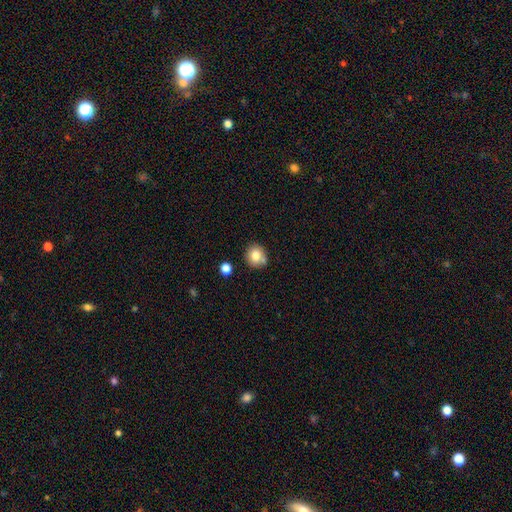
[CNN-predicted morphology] A smooth galaxy with no disk features (79%) that is round (82%).

Vote fractions:
- Smooth or featured? smooth: 79% / featured or disk: 11% / star or artifact: 10%
- How rounded? round: 82% / in between: 17% / cigar-shaped: 1%
- Merging? none: 72% / minor disturbance: 14% / merger: 11% / major disturbance: 3%